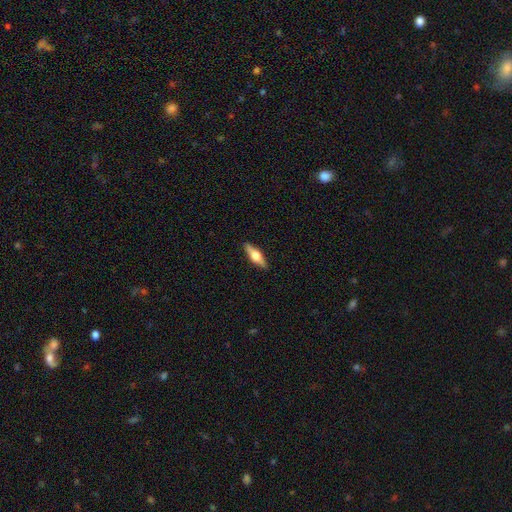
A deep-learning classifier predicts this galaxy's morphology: Smooth or featured? Predicted: featured or disk (p=0.55). Edge-on disk? Predicted: yes (p=0.94). Edge-on bulge? Predicted: rounded (p=0.94). Merging? Predicted: none (p=0.90).